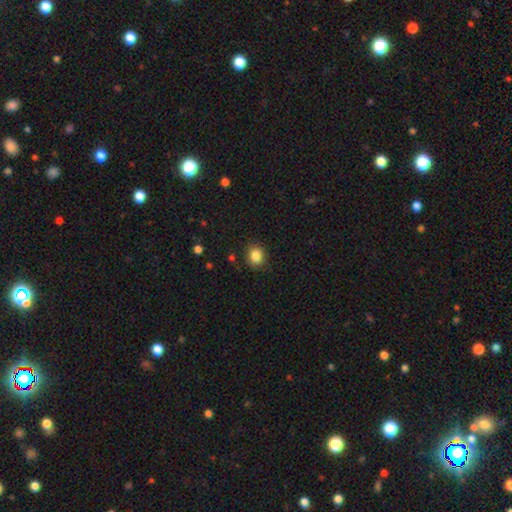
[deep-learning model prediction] Smooth or featured?
  - smooth: 85% *
  - star or artifact: 10%
  - featured or disk: 5%
How rounded?
  - round: 64% *
  - in between: 35%
  - cigar-shaped: 1%
Merging?
  - none: 86% *
  - minor disturbance: 10%
  - major disturbance: 3%
  - merger: 1%